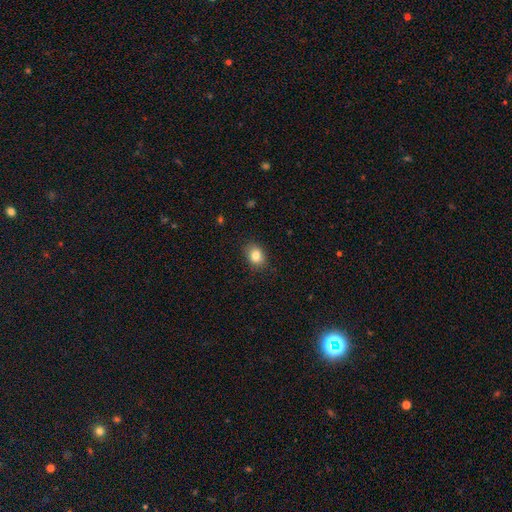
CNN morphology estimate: type=smooth (83%); roundness=in between (58%); merging=none (84%).